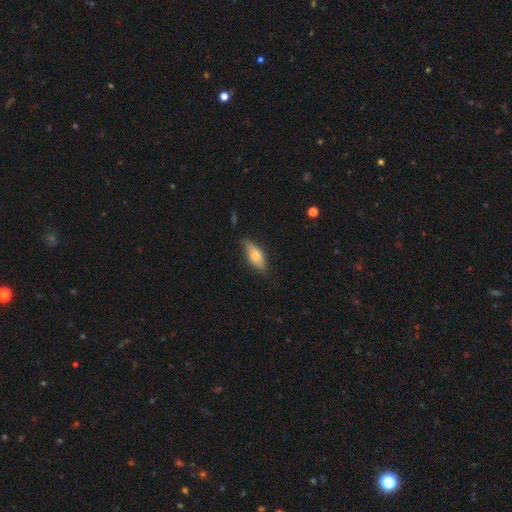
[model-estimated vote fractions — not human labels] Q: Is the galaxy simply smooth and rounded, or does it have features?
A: smooth — 70%.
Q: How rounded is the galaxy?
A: in between — 75%.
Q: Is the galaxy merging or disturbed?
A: none — 68%.